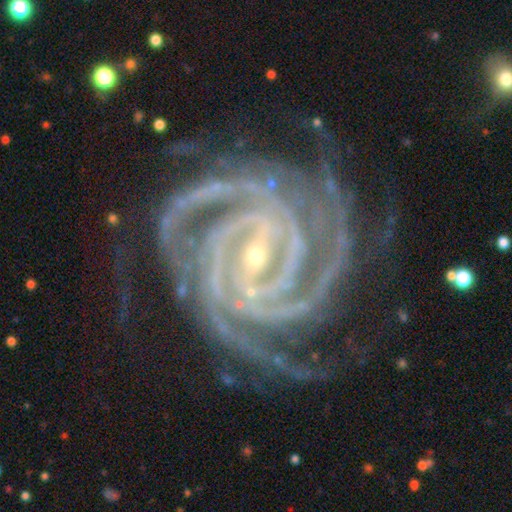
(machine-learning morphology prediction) This appears to be a featured or disk galaxy (93%) with a strong bar (63%), 4 (29%) tight (74%) spiral arms (99%) and a small central bulge (82%). Merging: none (71%).